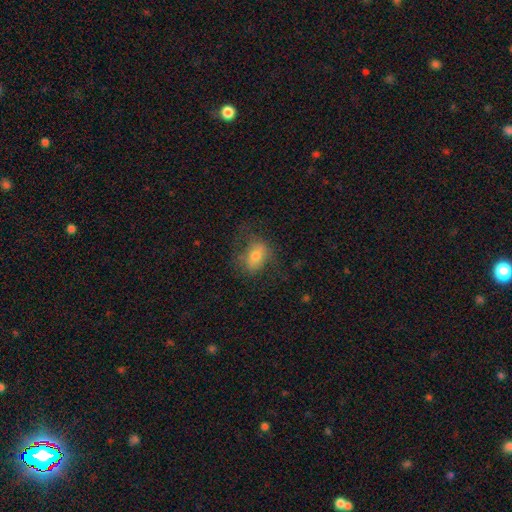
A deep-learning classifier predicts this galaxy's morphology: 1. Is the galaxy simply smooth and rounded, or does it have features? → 62% smooth, 27% featured or disk, 11% star or artifact.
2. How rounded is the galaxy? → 70% in between, 28% round, 2% cigar-shaped.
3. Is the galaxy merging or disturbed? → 58% none, 21% minor disturbance, 19% major disturbance, 1% merger.